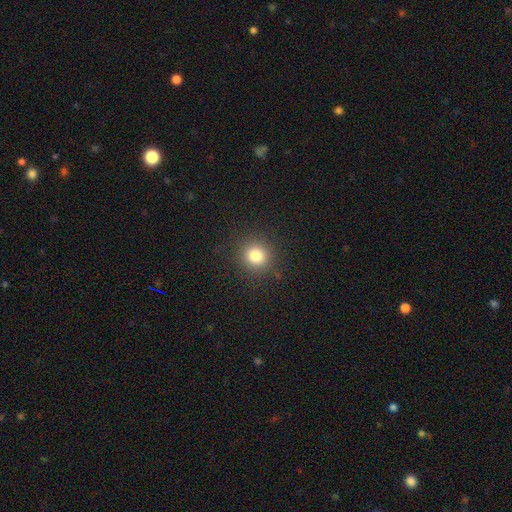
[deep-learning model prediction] This is clearly a smooth galaxy (81%). How rounded: clearly round (92%). Merging: clearly none (89%).